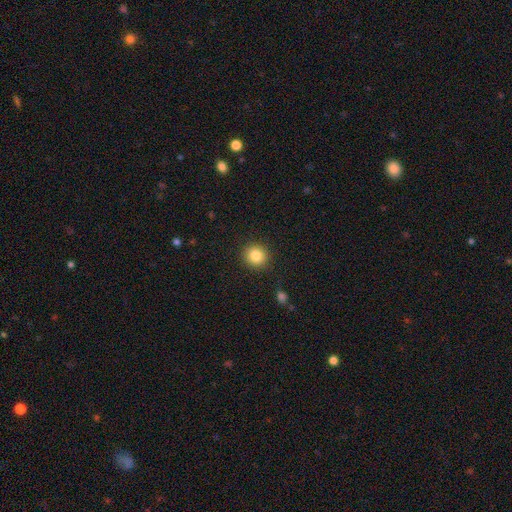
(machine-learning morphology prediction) Smooth or featured? smooth (85%)
How rounded? round (92%)
Merging? none (91%)